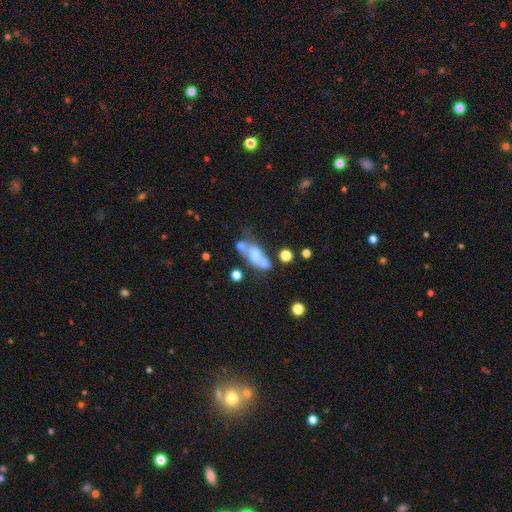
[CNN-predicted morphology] smooth_or_featured: featured or disk (p=0.47) [alt: smooth p=0.40]
merging: merger (p=0.40) [alt: none p=0.26]